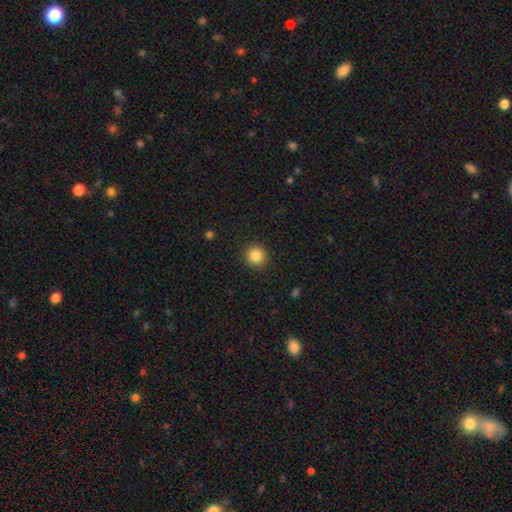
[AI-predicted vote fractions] A smooth galaxy with no disk features (85%) that is round (93%).

Vote fractions:
- Smooth or featured? smooth: 85% / star or artifact: 10% / featured or disk: 4%
- How rounded? round: 93% / in between: 7% / cigar-shaped: 1%
- Merging? none: 91% / minor disturbance: 6% / major disturbance: 2% / merger: 1%